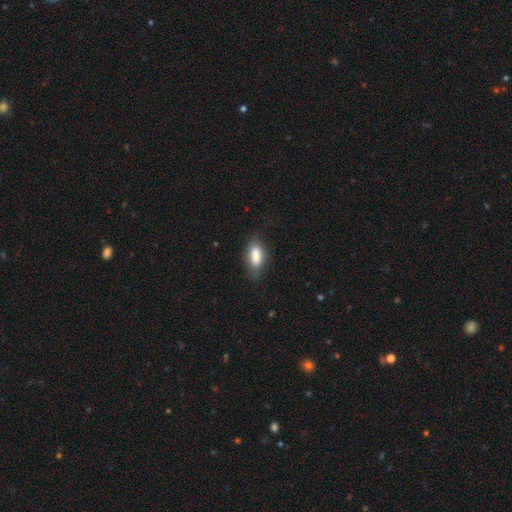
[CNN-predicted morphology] Q: Smooth or featured?
A: smooth (83%); runner-up: featured or disk (10%)
Q: How rounded?
A: in between (83%); runner-up: cigar-shaped (14%)
Q: Merging?
A: none (74%); runner-up: minor disturbance (19%)